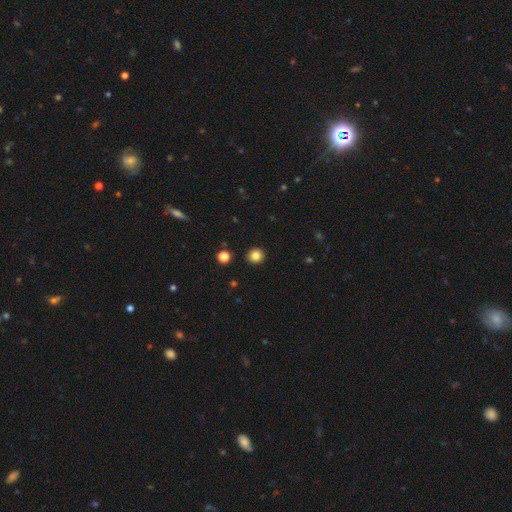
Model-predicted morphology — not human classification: smooth-or-featured: smooth: 83% | star or artifact: 11% | featured or disk: 6%
  how-rounded: round: 85% | in between: 14% | cigar-shaped: 1%
  merging: none: 91% | minor disturbance: 6% | major disturbance: 2% | merger: 1%